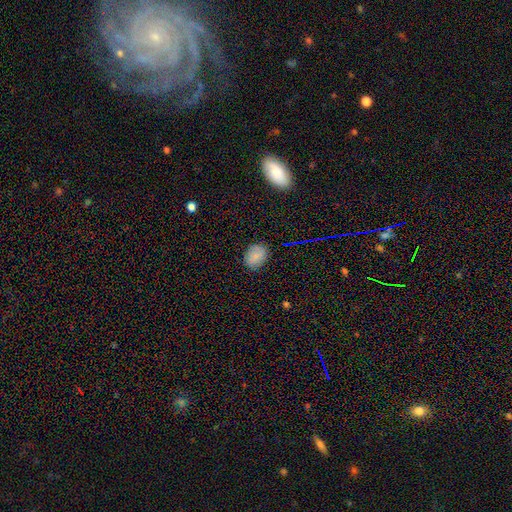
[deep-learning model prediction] Smooth or featured? Predicted: smooth (p=0.79). How rounded? Predicted: in between (p=0.66). Merging? Predicted: none (p=0.84).